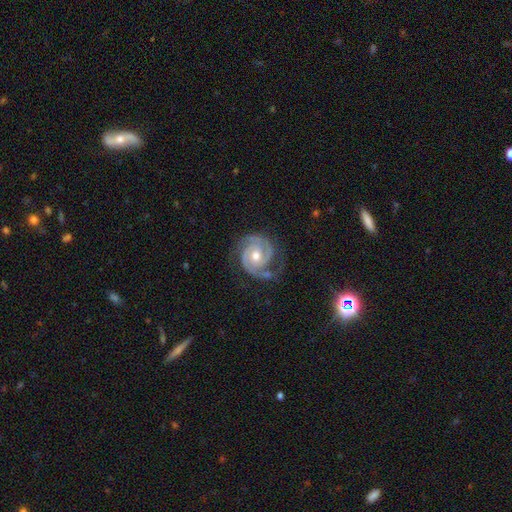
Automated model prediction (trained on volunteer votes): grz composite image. It shows a featured or disk galaxy (92%) with no bar (64%), 2 (65%) tight (66%) spiral arms (98%) and a moderate central bulge (73%). Merging: none (70%).